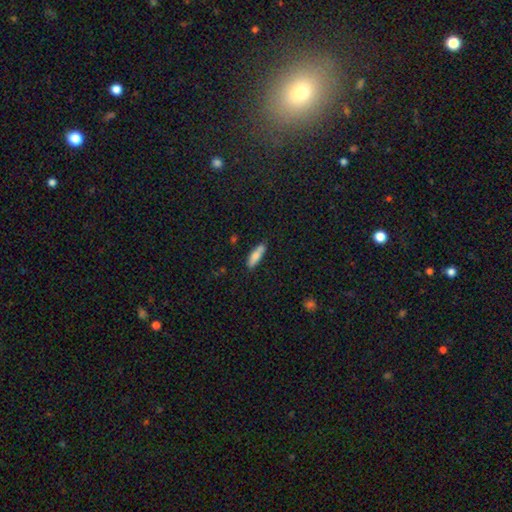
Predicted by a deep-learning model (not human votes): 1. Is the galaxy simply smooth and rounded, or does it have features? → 77% smooth, 17% featured or disk, 6% star or artifact.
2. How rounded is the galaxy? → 57% cigar-shaped, 41% in between, 2% round.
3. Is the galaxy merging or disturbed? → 80% none, 14% minor disturbance, 3% merger, 3% major disturbance.